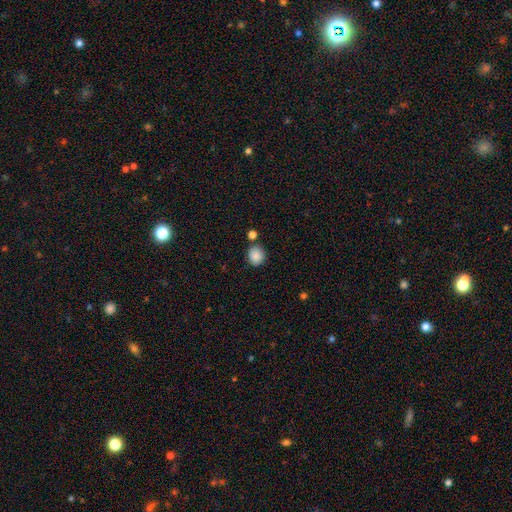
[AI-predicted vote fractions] Smooth or featured?
  - smooth: 87% *
  - star or artifact: 9%
  - featured or disk: 4%
How rounded?
  - round: 76% *
  - in between: 23%
  - cigar-shaped: 1%
Merging?
  - none: 77% *
  - minor disturbance: 11%
  - merger: 9%
  - major disturbance: 3%